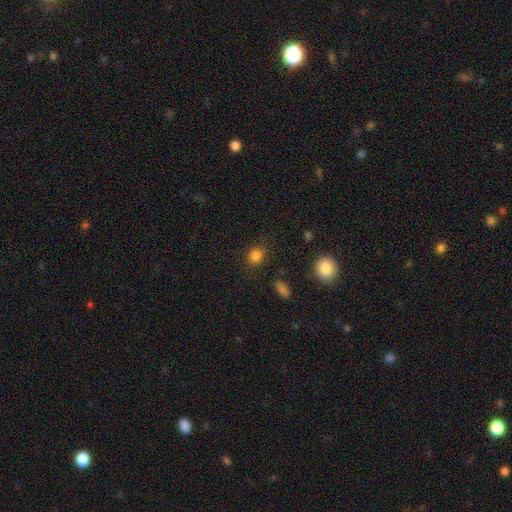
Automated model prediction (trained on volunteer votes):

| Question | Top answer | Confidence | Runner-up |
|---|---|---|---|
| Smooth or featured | smooth | 83% | star or artifact (13%) |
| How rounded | round | 66% | in between (33%) |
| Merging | none | 82% | minor disturbance (11%) |